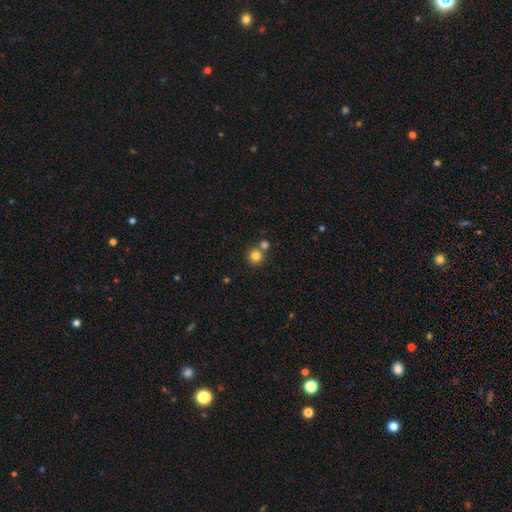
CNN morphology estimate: Smooth or featured? smooth (81%)
How rounded? round (92%)
Merging? none (63%)